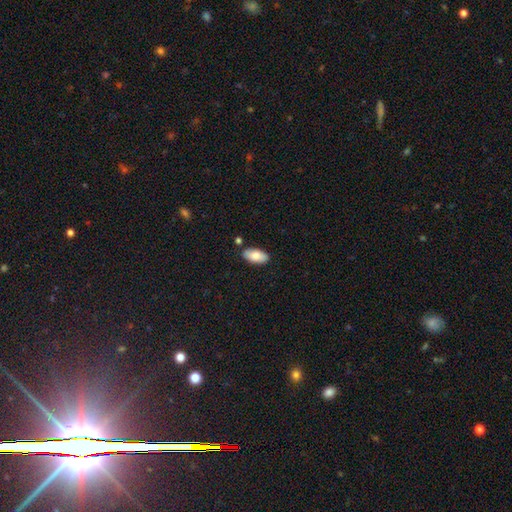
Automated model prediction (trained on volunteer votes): A smooth galaxy with no disk features (82%) that is in between round and cigar-shaped (92%).

Vote fractions:
- Smooth or featured? smooth: 82% / featured or disk: 12% / star or artifact: 6%
- How rounded? in between: 92% / cigar-shaped: 5% / round: 2%
- Merging? none: 84% / minor disturbance: 10% / merger: 4% / major disturbance: 2%